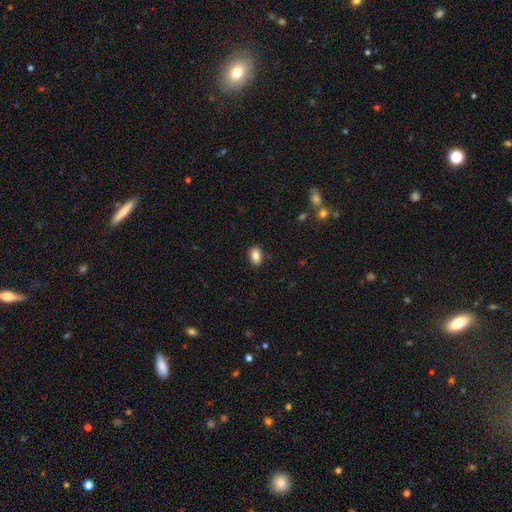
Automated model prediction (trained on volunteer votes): smooth 85%, star or artifact 9%, featured or disk 6%. Down the decision tree: how rounded — in between (85%); merging — none (87%).